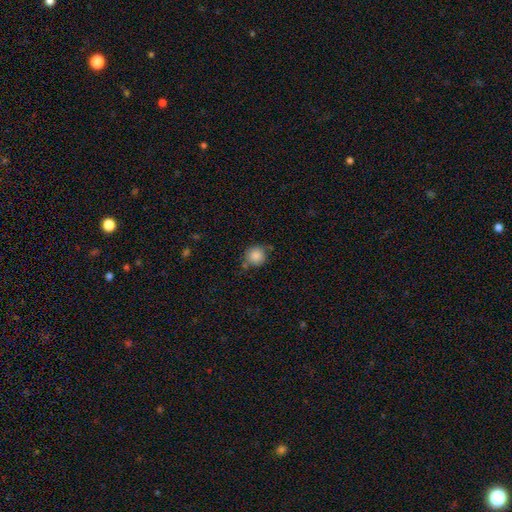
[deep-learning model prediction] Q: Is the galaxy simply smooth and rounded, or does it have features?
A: smooth — 87%.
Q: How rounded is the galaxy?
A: round — 92%.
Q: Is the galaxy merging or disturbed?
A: none — 71%.